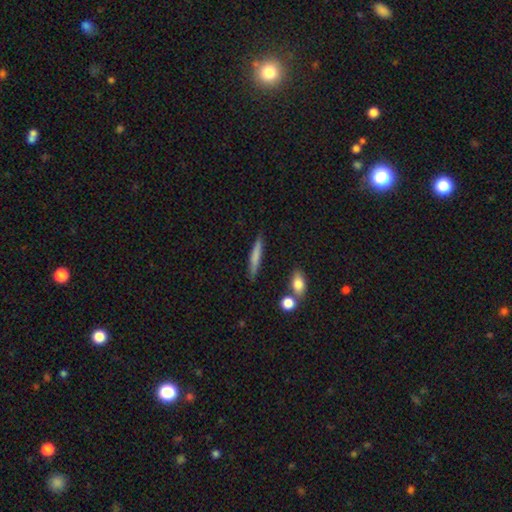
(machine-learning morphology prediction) smooth 72%, featured or disk 21%, star or artifact 6%. Down the decision tree: how rounded — cigar-shaped (91%); merging — none (84%).